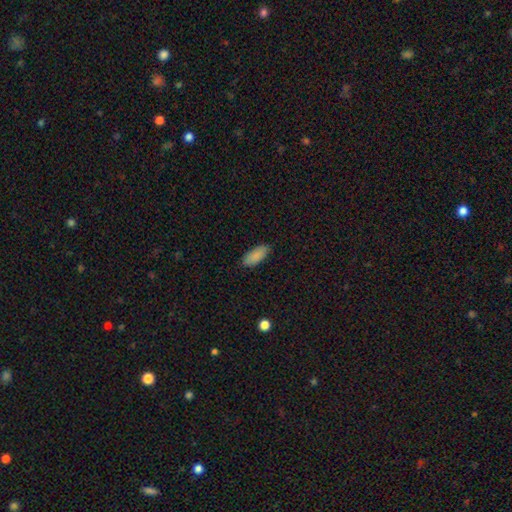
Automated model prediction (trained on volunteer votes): Smooth or featured? smooth (89%)
How rounded? in between (84%)
Merging? none (85%)